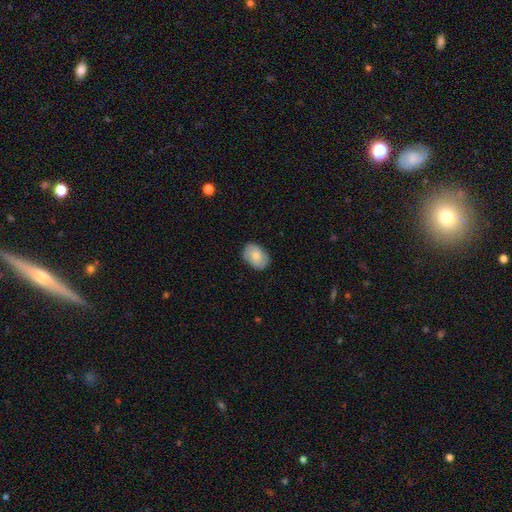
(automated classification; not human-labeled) smooth_or_featured: smooth (p=0.80) [alt: featured or disk p=0.13]
how_rounded: in between (p=0.79) [alt: round p=0.20]
merging: none (p=0.83) [alt: minor disturbance p=0.13]